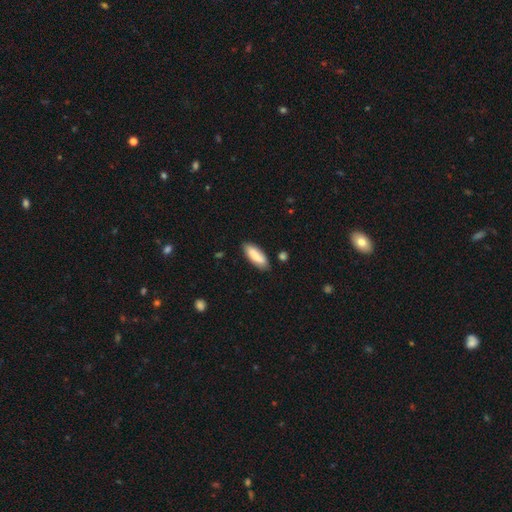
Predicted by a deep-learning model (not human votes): smooth-or-featured: smooth: 83% | featured or disk: 11% | star or artifact: 6%
  how-rounded: in between: 65% | cigar-shaped: 33% | round: 2%
  merging: none: 82% | minor disturbance: 13% | merger: 3% | major disturbance: 2%